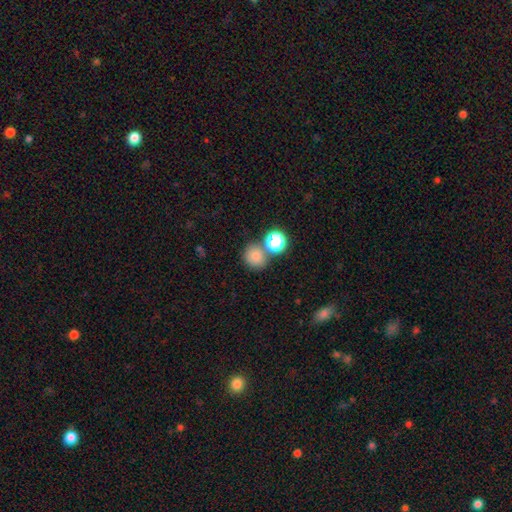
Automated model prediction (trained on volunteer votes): smooth 77%, star or artifact 16%, featured or disk 7%. Down the decision tree: how rounded — round (83%); merging — none (61%).